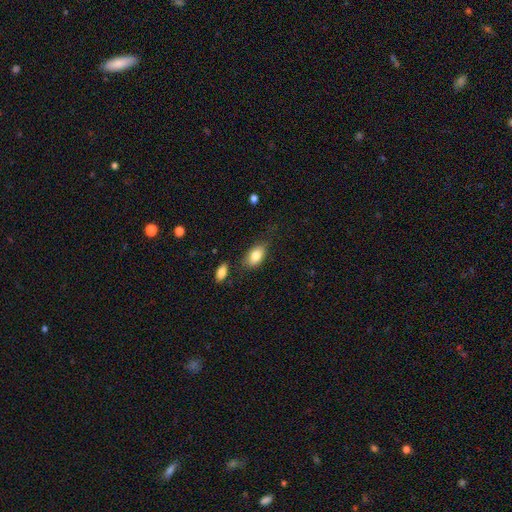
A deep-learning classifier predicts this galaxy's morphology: Q: Smooth or featured?
A: smooth (82%); runner-up: featured or disk (11%)
Q: How rounded?
A: in between (90%); runner-up: round (7%)
Q: Merging?
A: none (70%); runner-up: minor disturbance (20%)